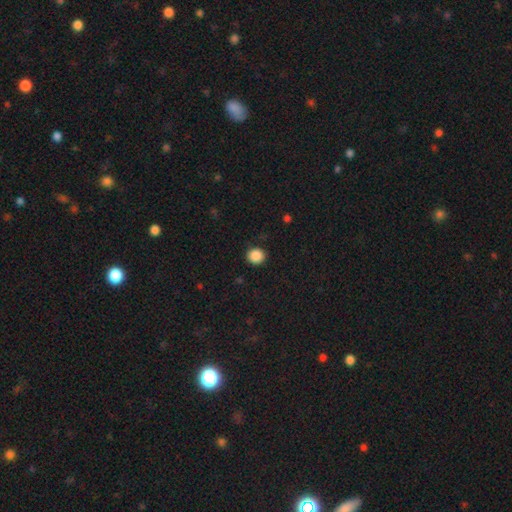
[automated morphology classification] Smooth or featured?
  - smooth: 88% *
  - star or artifact: 10%
  - featured or disk: 3%
How rounded?
  - round: 89% *
  - in between: 10%
  - cigar-shaped: 1%
Merging?
  - none: 90% *
  - minor disturbance: 7%
  - major disturbance: 2%
  - merger: 1%